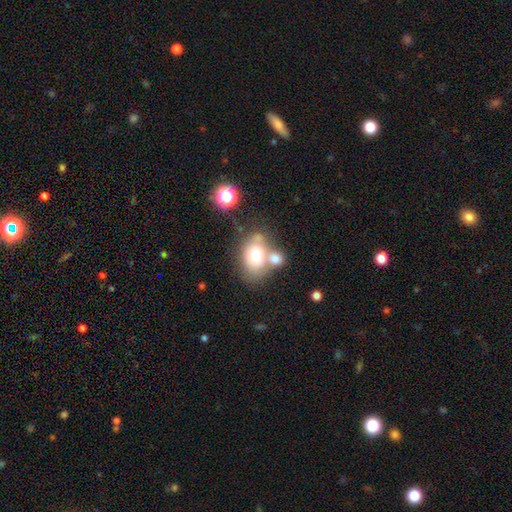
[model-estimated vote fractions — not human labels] Q: Smooth or featured?
A: smooth (68%); runner-up: featured or disk (23%)
Q: How rounded?
A: in between (72%); runner-up: round (27%)
Q: Merging?
A: merger (44%); runner-up: none (35%)